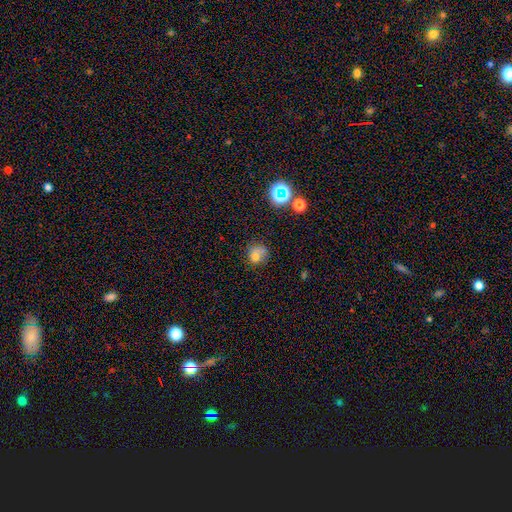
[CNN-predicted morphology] smooth-or-featured: smooth: 68% | star or artifact: 17% | featured or disk: 16%
  how-rounded: round: 70% | in between: 29% | cigar-shaped: 1%
  merging: none: 47% | minor disturbance: 26% | major disturbance: 18% | merger: 9%